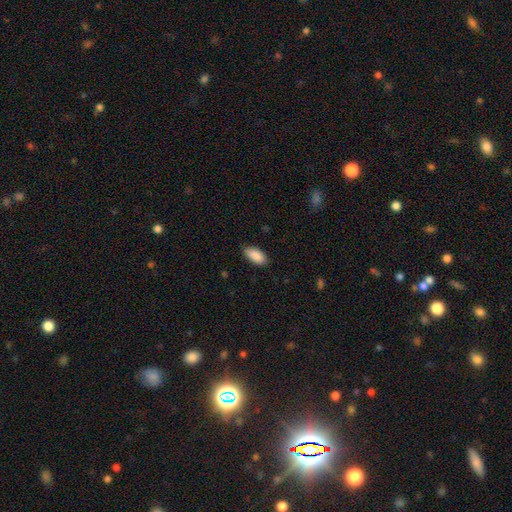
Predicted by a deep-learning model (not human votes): Q: Smooth or featured?
A: smooth (90%); runner-up: star or artifact (7%)
Q: How rounded?
A: in between (93%); runner-up: cigar-shaped (5%)
Q: Merging?
A: none (86%); runner-up: minor disturbance (11%)